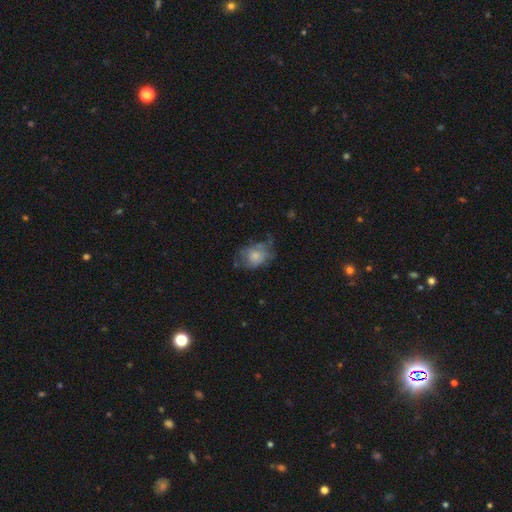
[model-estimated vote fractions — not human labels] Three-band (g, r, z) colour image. It shows a smooth galaxy with no disk features (58%) that is in between round and cigar-shaped (66%). Merging: none (44%).